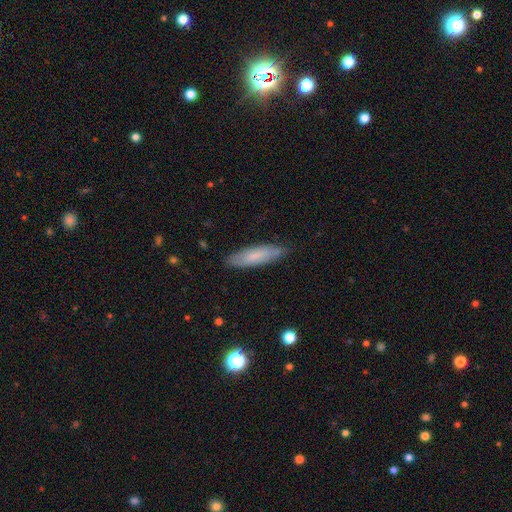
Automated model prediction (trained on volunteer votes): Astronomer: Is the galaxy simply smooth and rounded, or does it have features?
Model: smooth — 71%.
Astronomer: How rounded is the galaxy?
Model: cigar-shaped — 66%.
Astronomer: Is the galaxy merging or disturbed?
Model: none — 85%.